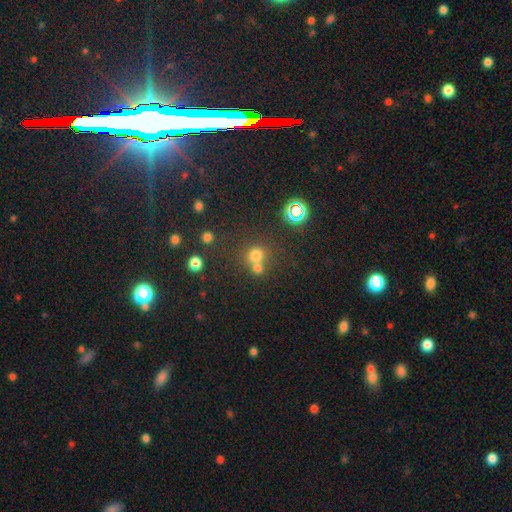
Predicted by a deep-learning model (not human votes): smooth-or-featured: smooth: 69% | star or artifact: 22% | featured or disk: 9%
  how-rounded: round: 86% | in between: 12% | cigar-shaped: 1%
  merging: none: 50% | merger: 39% | minor disturbance: 7% | major disturbance: 4%